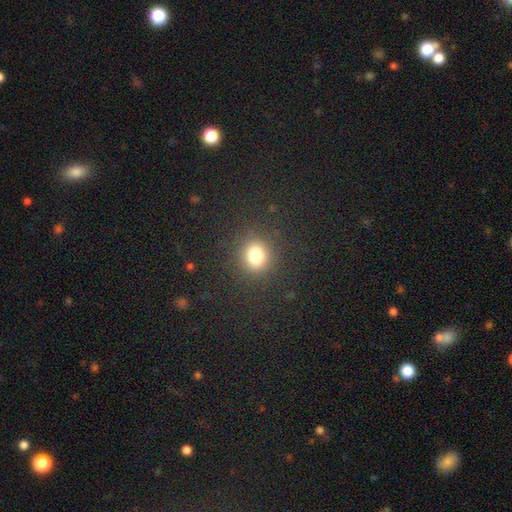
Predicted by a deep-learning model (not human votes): Morphology: type=smooth (79%); roundness=round (76%); merging=none (87%).